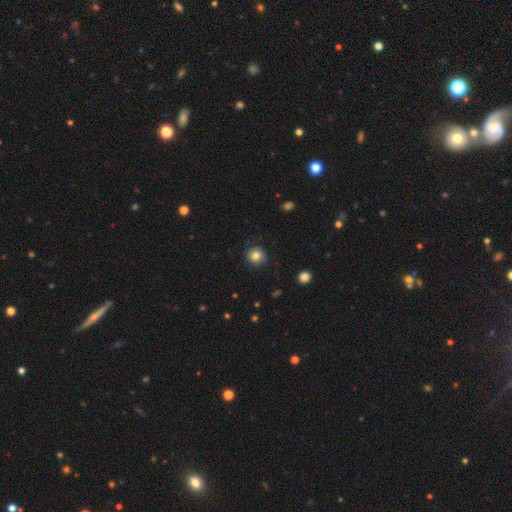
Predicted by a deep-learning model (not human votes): Smooth or featured? Predicted: smooth (p=0.80). How rounded? Predicted: round (p=0.83). Merging? Predicted: none (p=0.81).